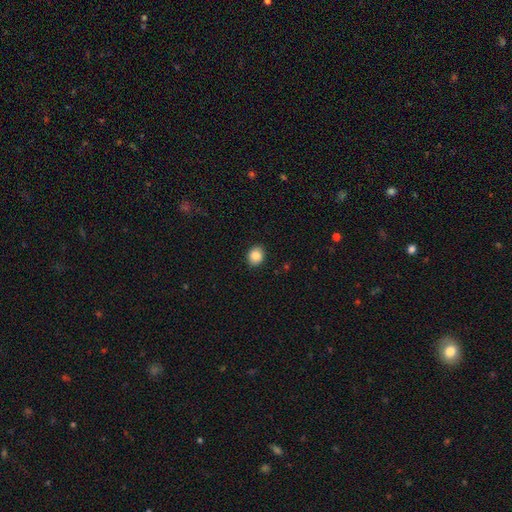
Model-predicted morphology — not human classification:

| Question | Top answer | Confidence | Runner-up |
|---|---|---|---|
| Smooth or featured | smooth | 86% | star or artifact (9%) |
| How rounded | round | 60% | in between (39%) |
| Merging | none | 89% | minor disturbance (8%) |